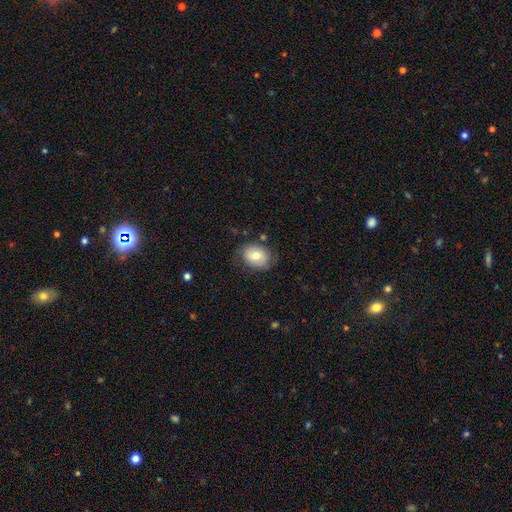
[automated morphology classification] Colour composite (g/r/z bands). It shows a smooth galaxy with no disk features (74%) that is in between round and cigar-shaped (61%). Merging: none (74%).